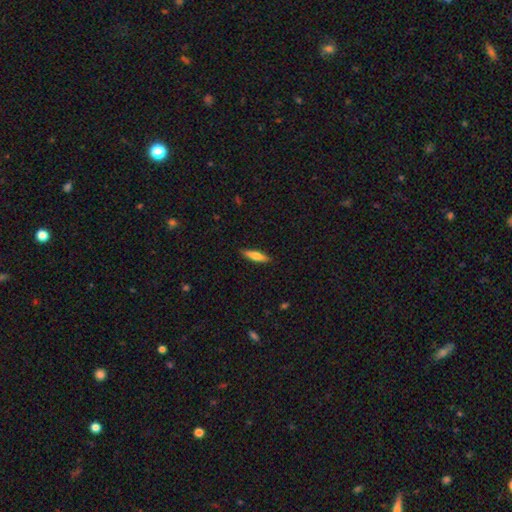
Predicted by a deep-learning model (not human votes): A smooth galaxy with no disk features (65%) that is cigar-shaped (78%).

Vote fractions:
- Smooth or featured? smooth: 65% / featured or disk: 29% / star or artifact: 6%
- How rounded? cigar-shaped: 78% / in between: 20% / round: 2%
- Merging? none: 89% / minor disturbance: 8% / major disturbance: 2% / merger: 1%